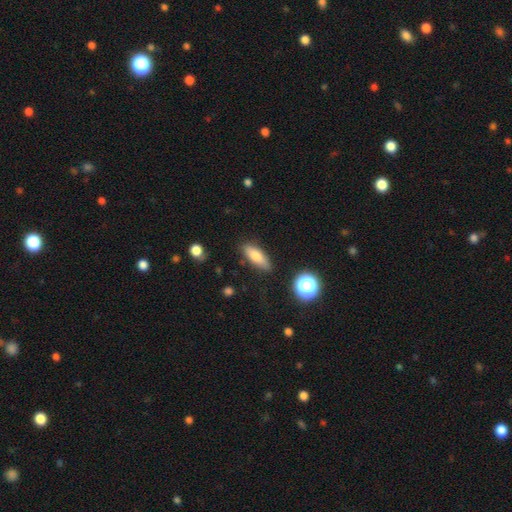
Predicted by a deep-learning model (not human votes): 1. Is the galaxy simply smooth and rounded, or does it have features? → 74% smooth, 18% featured or disk, 8% star or artifact.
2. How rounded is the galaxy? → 65% in between, 32% cigar-shaped, 4% round.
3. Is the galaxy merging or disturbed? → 84% none, 11% minor disturbance, 3% major disturbance, 2% merger.